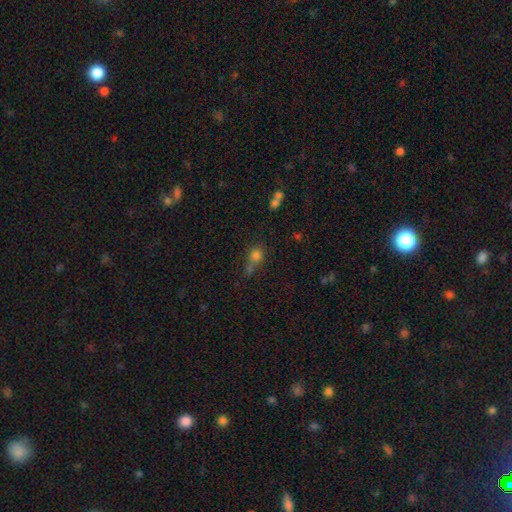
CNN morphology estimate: smooth 75%, star or artifact 16%, featured or disk 9%. Down the decision tree: how rounded — round (77%); merging — none (44%).